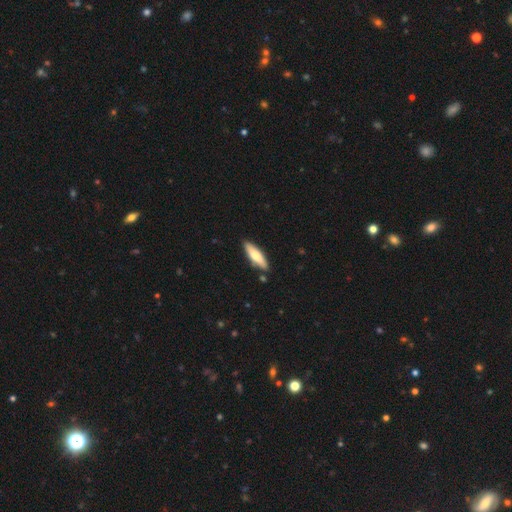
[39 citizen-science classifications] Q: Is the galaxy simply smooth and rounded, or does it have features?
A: smooth — 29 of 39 (74%).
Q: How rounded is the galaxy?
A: cigar-shaped — 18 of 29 (62%).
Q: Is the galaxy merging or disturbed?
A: none — 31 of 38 (82%).